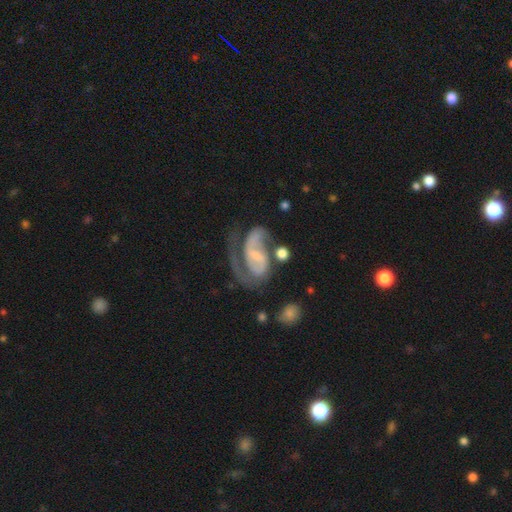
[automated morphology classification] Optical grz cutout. It shows a featured or disk galaxy (83%) with a weak bar (44%), 2 (51%) medium (47%) spiral arms (92%) and a small central bulge (42%). Merging: major disturbance (38%).